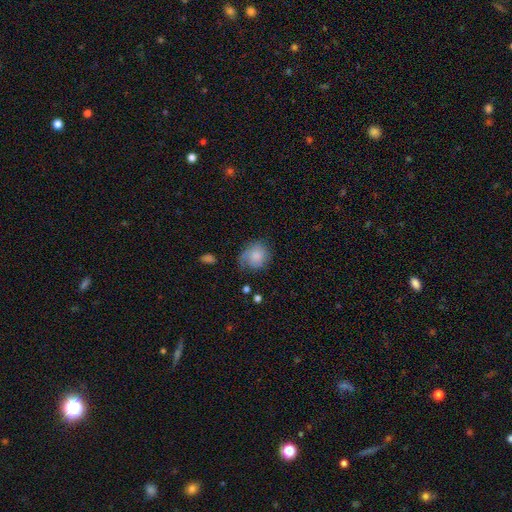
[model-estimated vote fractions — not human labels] smooth-or-featured: smooth: 75% | featured or disk: 18% | star or artifact: 8%
  how-rounded: round: 68% | in between: 31% | cigar-shaped: 1%
  merging: none: 55% | minor disturbance: 30% | major disturbance: 13% | merger: 2%